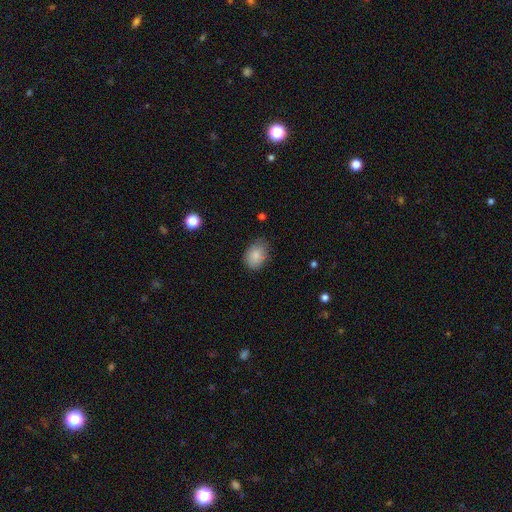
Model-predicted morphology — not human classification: The model was most divided on "merging": none: 72%, minor disturbance: 22%, major disturbance: 4%, merger: 1%. More confident: smooth or featured — smooth (85%); how rounded — in between (77%).